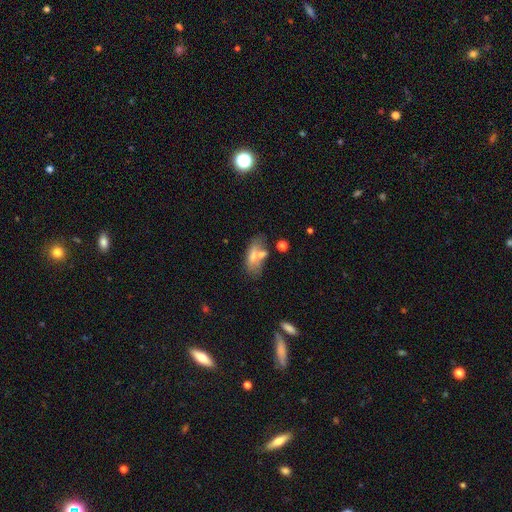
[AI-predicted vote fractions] A smooth galaxy with no disk features (60%) that is in between round and cigar-shaped (80%).

Vote fractions:
- Smooth or featured? smooth: 60% / featured or disk: 31% / star or artifact: 9%
- How rounded? in between: 80% / cigar-shaped: 15% / round: 5%
- Merging? none: 42% / merger: 26% / minor disturbance: 20% / major disturbance: 12%